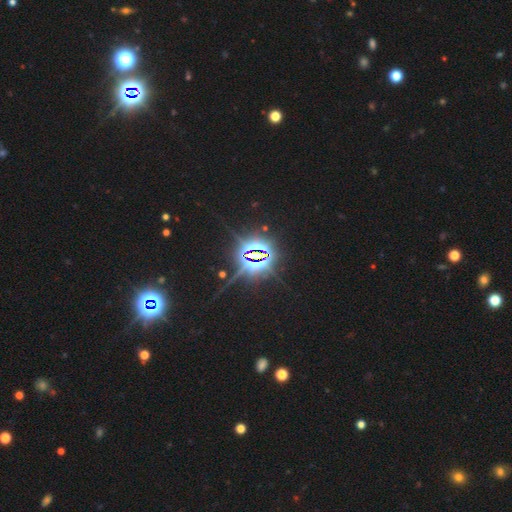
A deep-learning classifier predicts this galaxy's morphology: This is clearly a star or artifact rather than a galaxy (87%).